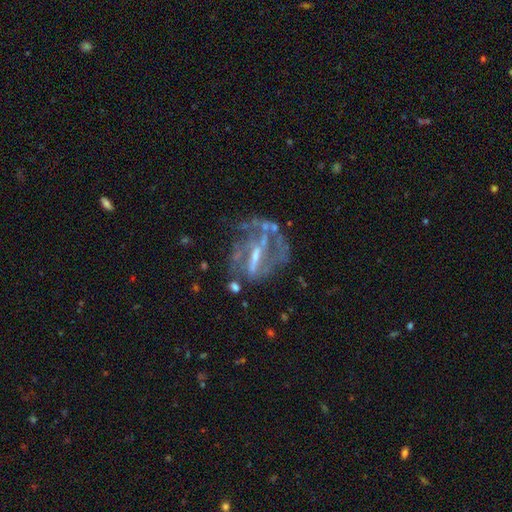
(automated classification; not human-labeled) smooth_or_featured: featured or disk (p=0.78) [alt: smooth p=0.11]
disk_edge_on: no (p=0.91) [alt: yes p=0.09]
bar: strong (p=0.50) [alt: weak p=0.33]
has_spiral_arms: yes (p=0.66) [alt: no p=0.34]
bulge_size: small (p=0.45) [alt: moderate p=0.30]
merging: none (p=0.46) [alt: major disturbance p=0.28]